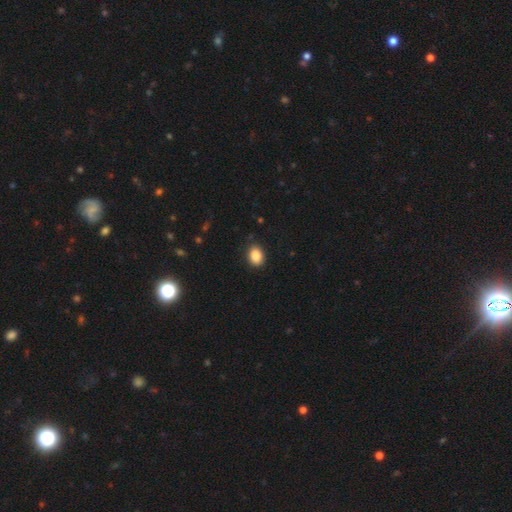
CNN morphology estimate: Q: Smooth or featured?
A: smooth (87%); runner-up: star or artifact (9%)
Q: How rounded?
A: in between (66%); runner-up: round (33%)
Q: Merging?
A: none (87%); runner-up: minor disturbance (9%)